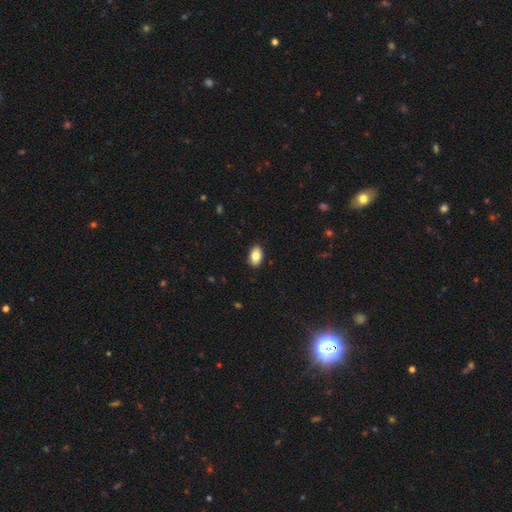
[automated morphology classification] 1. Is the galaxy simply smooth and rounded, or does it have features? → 83% smooth, 9% featured or disk, 7% star or artifact.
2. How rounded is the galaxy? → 91% in between, 7% round, 2% cigar-shaped.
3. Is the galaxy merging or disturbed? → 89% none, 8% minor disturbance, 2% major disturbance, 1% merger.